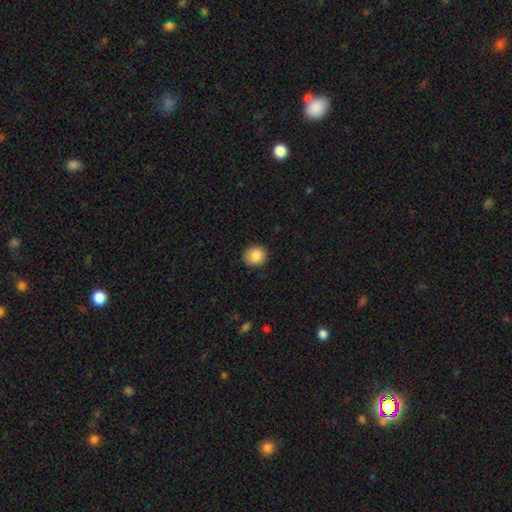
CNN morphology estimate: Overall: smooth (86%). How rounded: round (81%). Merging: none (89%).